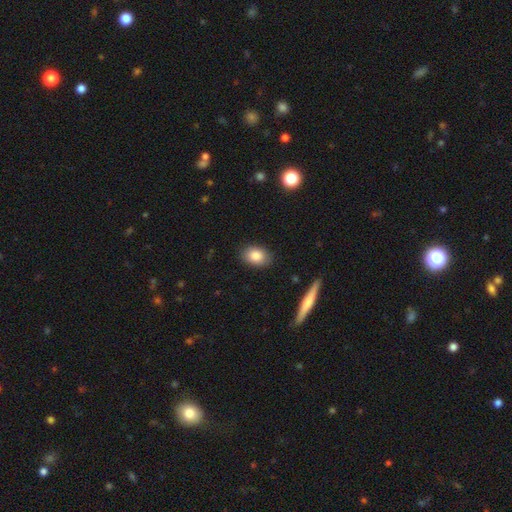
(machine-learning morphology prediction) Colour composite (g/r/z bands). It shows a smooth galaxy with no disk features (84%) that is in between round and cigar-shaped (79%). Merging: none (86%).